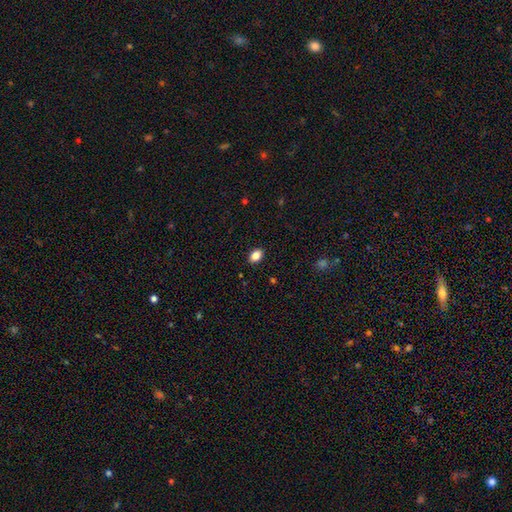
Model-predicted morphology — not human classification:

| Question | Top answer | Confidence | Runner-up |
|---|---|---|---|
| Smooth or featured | smooth | 85% | star or artifact (9%) |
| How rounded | in between | 83% | round (16%) |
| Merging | none | 89% | minor disturbance (8%) |